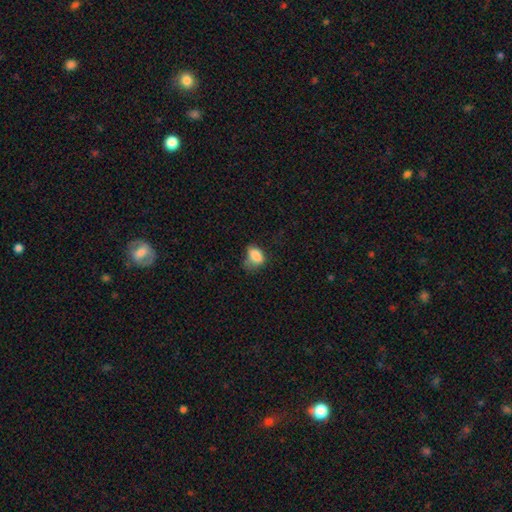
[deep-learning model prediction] The model was most divided on "merging": none: 38%, minor disturbance: 37%, major disturbance: 22%, merger: 3%. More confident: smooth or featured — smooth (82%); how rounded — in between (79%).